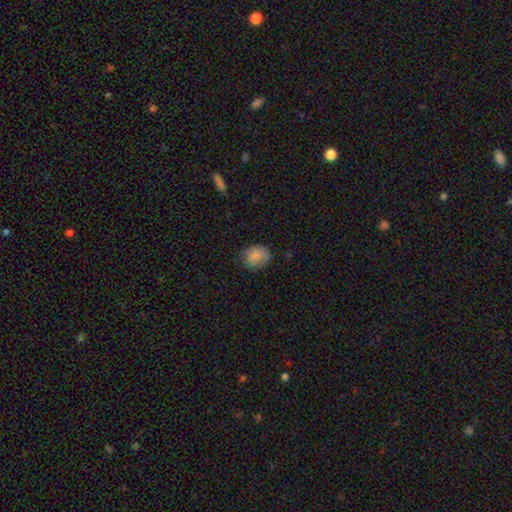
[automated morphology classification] smooth 82%, star or artifact 9%, featured or disk 9%. Down the decision tree: how rounded — in between (50%); merging — none (69%).